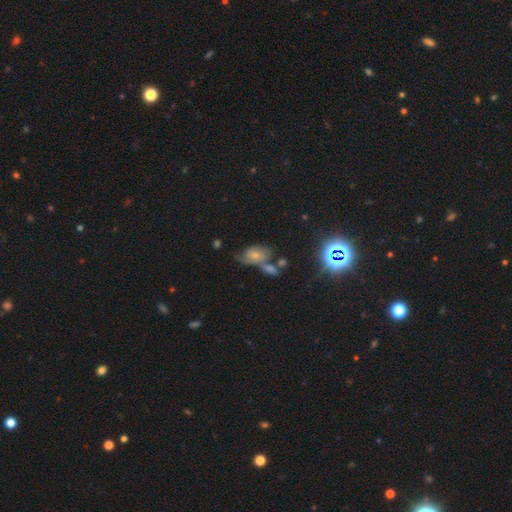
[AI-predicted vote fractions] smooth_or_featured: featured or disk (p=0.43) [alt: smooth p=0.40]
merging: none (p=0.33) [alt: merger p=0.32]